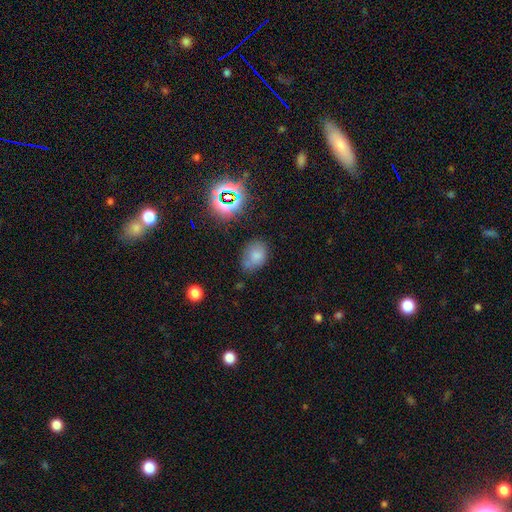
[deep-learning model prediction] Smooth or featured?
  - smooth: 72% *
  - star or artifact: 17%
  - featured or disk: 11%
How rounded?
  - in between: 70% *
  - round: 28%
  - cigar-shaped: 1%
Merging?
  - none: 57% *
  - minor disturbance: 27%
  - major disturbance: 8%
  - merger: 8%